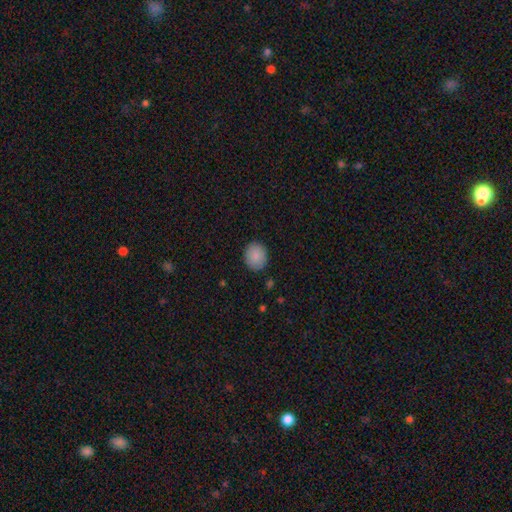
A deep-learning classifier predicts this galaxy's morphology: This is clearly a smooth galaxy (88%). How rounded: likely round (62%). Merging: clearly none (88%).